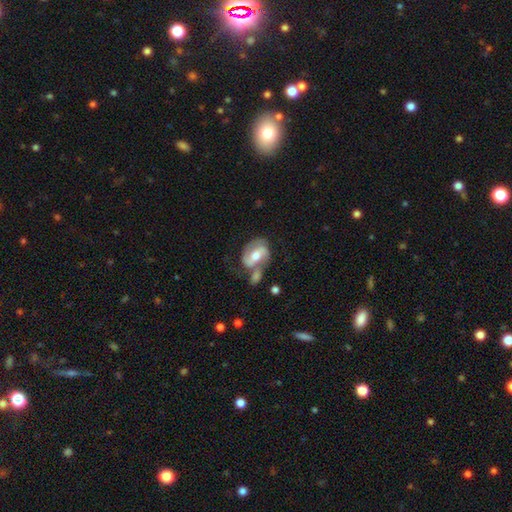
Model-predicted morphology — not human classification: type=featured or disk (70%); edge-on=no (96%); bar=weak (39%); spiral arms=yes (83%); winding=medium (48%); arm count=2 (84%); bulge=moderate (72%); merging=none (40%).